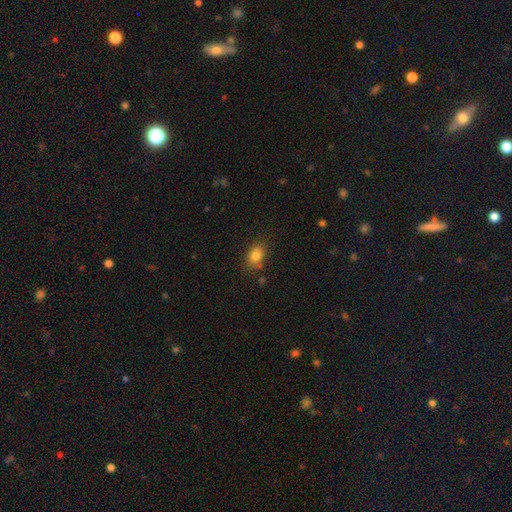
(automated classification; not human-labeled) A smooth galaxy with no disk features (82%) that is in between round and cigar-shaped (75%).

Vote fractions:
- Smooth or featured? smooth: 82% / star or artifact: 10% / featured or disk: 8%
- How rounded? in between: 75% / round: 23% / cigar-shaped: 2%
- Merging? none: 77% / minor disturbance: 16% / merger: 4% / major disturbance: 4%